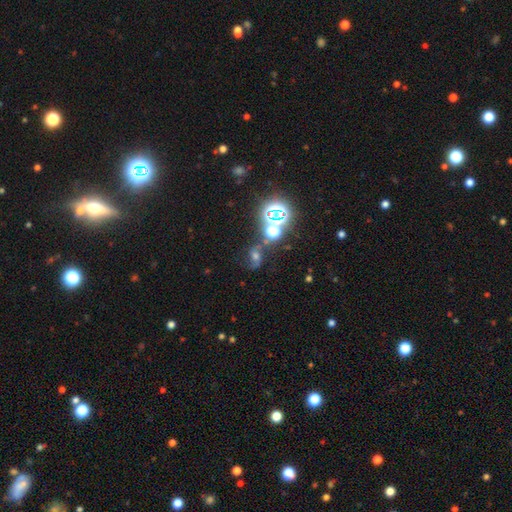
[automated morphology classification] Smooth or featured? featured or disk (41%)
Merging? none (59%)